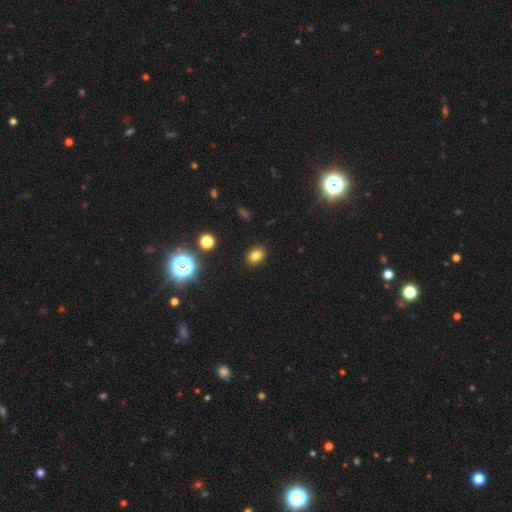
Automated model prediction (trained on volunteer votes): Morphology: type=smooth (78%); roundness=in between (63%); merging=none (88%).